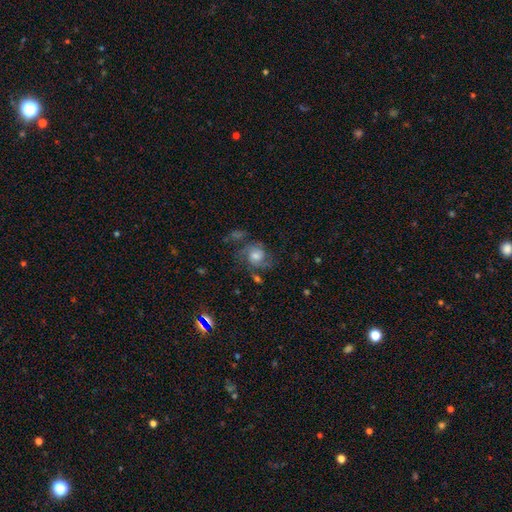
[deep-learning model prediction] smooth-or-featured: featured or disk: 67% | smooth: 21% | star or artifact: 11%
  disk-edge-on: no: 97% | yes: 3%
    bar: no: 70% | weak: 26% | strong: 4%
    has-spiral-arms: yes: 91% | no: 9%
      spiral-winding: medium: 51% | tight: 28% | loose: 21%
      spiral-arm-count: 2: 62% | can't tell: 15% | 3: 12% | 1: 5% | 4: 3% | more than 4: 3%
    bulge-size: moderate: 51% | large: 22% | small: 20% | none: 5% | dominant: 3%
  merging: none: 58% | minor disturbance: 19% | major disturbance: 18% | merger: 5%